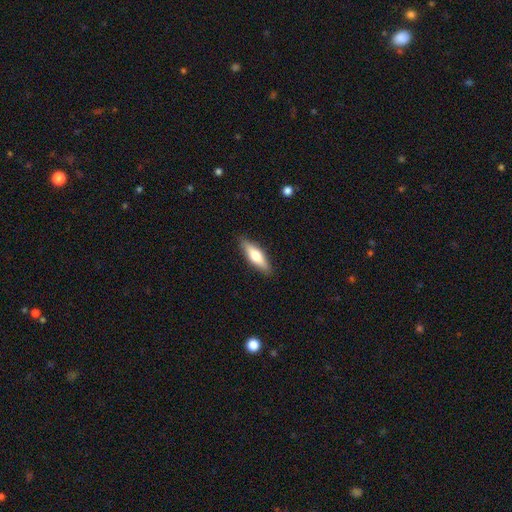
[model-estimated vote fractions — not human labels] Overall: smooth (59%; featured or disk 35%). How rounded: cigar-shaped (57%; in between 41%). Merging: none (89%).